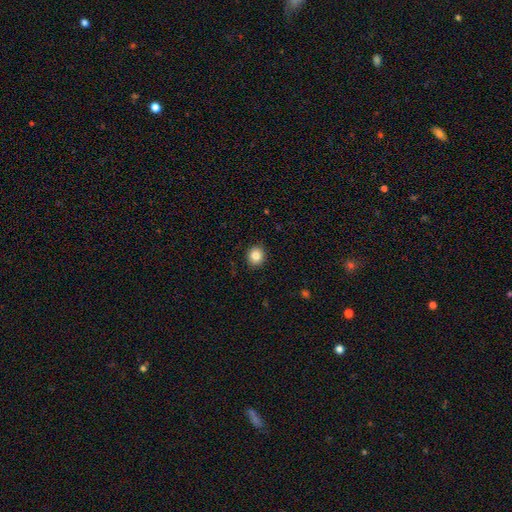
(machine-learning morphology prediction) Q: Smooth or featured?
A: smooth (84%); runner-up: star or artifact (10%)
Q: How rounded?
A: round (78%); runner-up: in between (21%)
Q: Merging?
A: none (91%); runner-up: minor disturbance (6%)